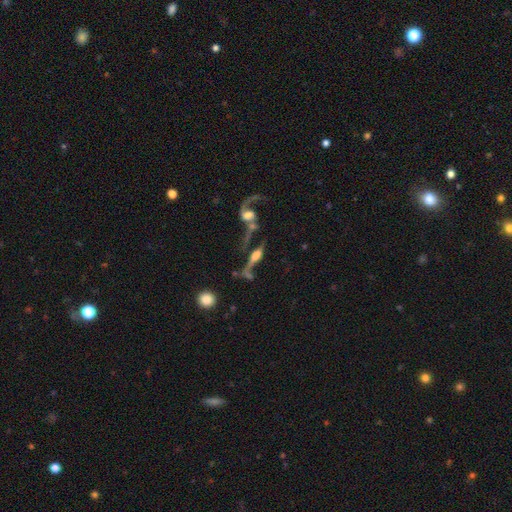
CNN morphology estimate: Q: Smooth or featured?
A: featured or disk (72%); runner-up: smooth (18%)
Q: Edge-on disk?
A: yes (59%); runner-up: no (41%)
Q: Merging?
A: merger (39%); runner-up: none (30%)